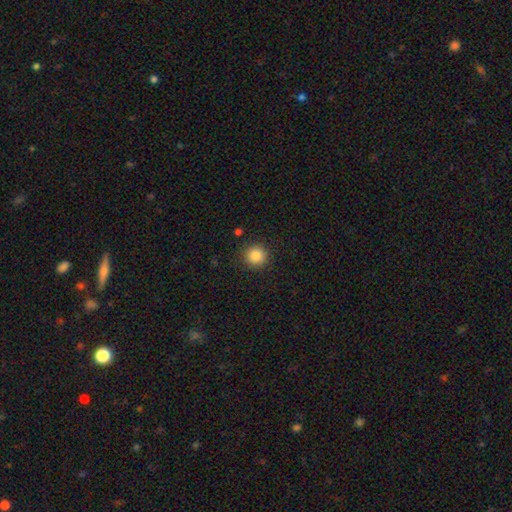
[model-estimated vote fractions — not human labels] smooth 84%, star or artifact 10%, featured or disk 6%. Down the decision tree: how rounded — round (94%); merging — none (90%).